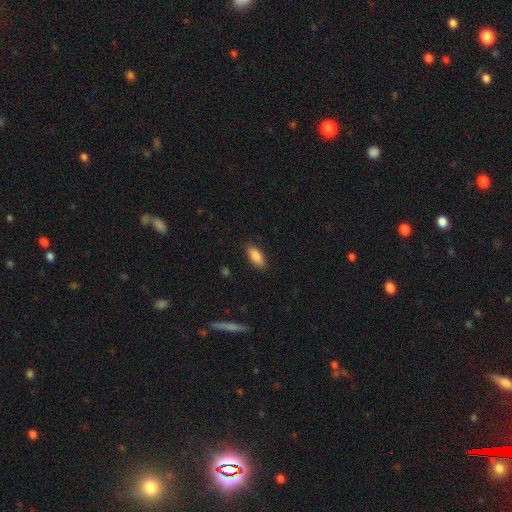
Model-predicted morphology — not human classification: smooth_or_featured: smooth (p=0.88) [alt: star or artifact p=0.07]
how_rounded: in between (p=0.85) [alt: cigar-shaped p=0.12]
merging: none (p=0.85) [alt: minor disturbance p=0.11]